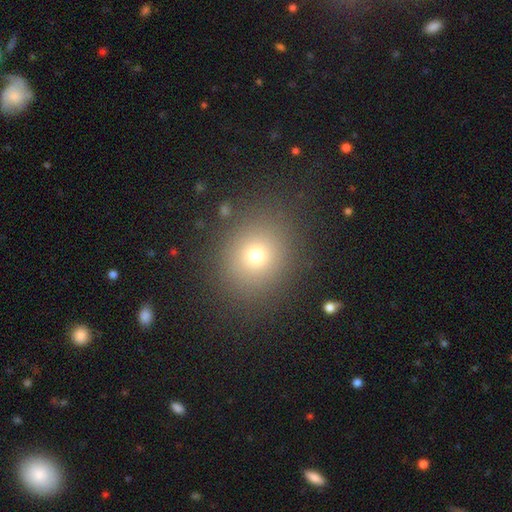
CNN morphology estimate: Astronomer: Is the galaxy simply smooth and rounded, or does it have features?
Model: smooth — 72%.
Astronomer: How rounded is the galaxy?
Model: round — 76%.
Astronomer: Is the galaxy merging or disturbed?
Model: none — 86%.